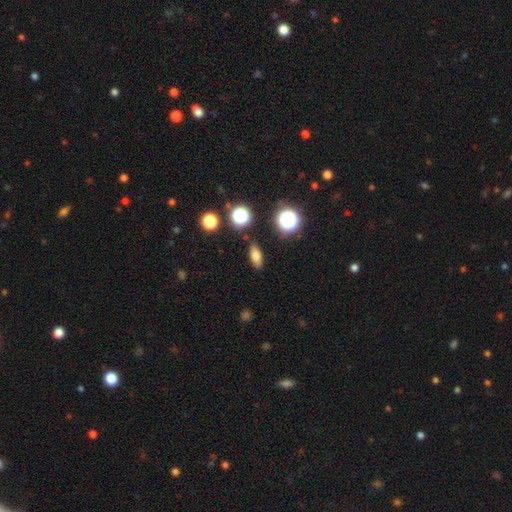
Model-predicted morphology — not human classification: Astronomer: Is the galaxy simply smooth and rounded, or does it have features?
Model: smooth — 75%.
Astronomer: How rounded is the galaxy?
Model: in between — 74%.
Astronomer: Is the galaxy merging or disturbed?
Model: none — 86%.